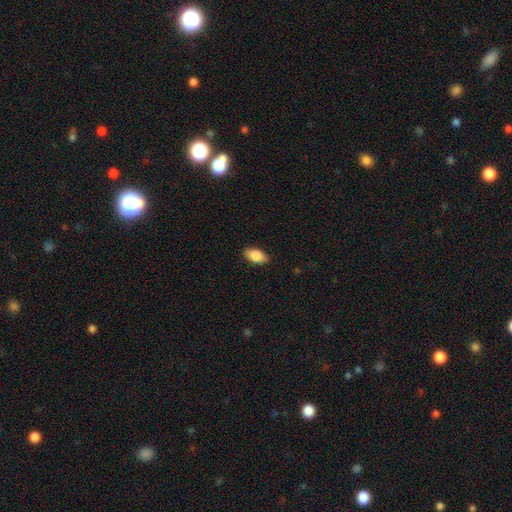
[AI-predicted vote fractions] Smooth or featured? smooth (82%)
How rounded? in between (92%)
Merging? none (88%)